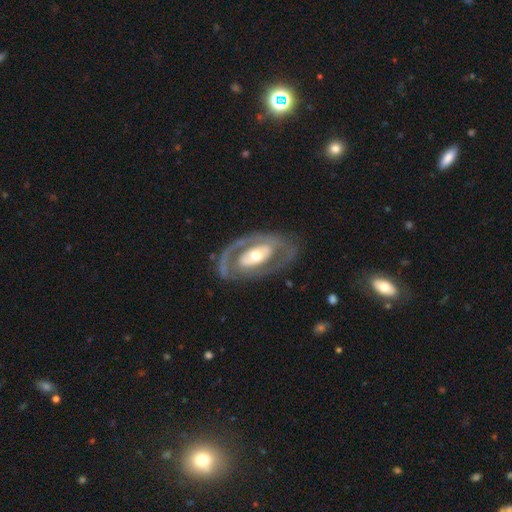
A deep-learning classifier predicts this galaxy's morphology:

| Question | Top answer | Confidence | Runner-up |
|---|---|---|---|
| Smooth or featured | featured or disk | 75% | smooth (20%) |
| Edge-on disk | no | 92% | yes (8%) |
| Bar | no | 64% | weak (21%) |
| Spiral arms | no | 52% | yes (48%) |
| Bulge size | moderate | 66% | large (17%) |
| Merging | none | 75% | minor disturbance (14%) |